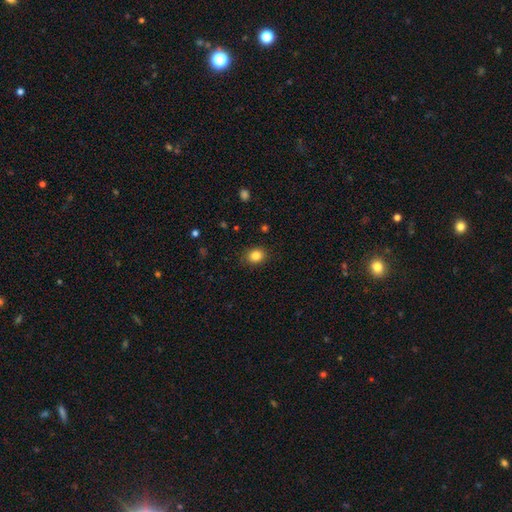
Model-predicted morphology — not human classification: type=smooth (85%); roundness=round (61%); merging=none (87%).